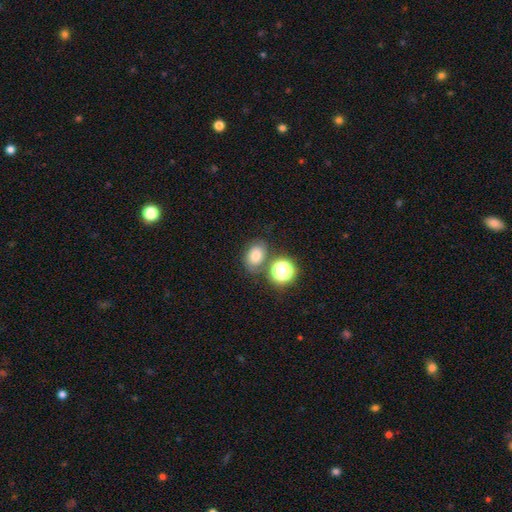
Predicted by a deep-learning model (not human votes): Morphology: type=smooth (67%); roundness=in between (65%); merging=none (65%).